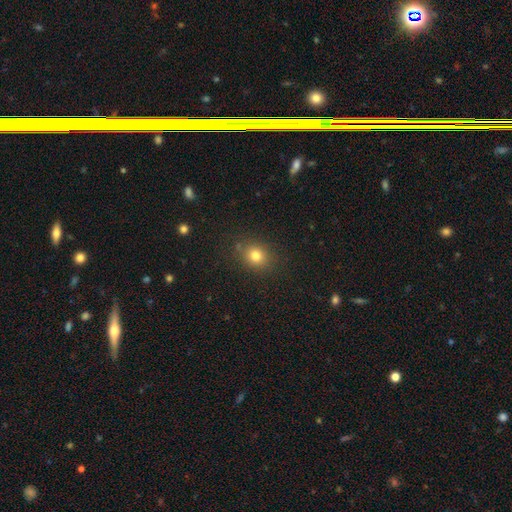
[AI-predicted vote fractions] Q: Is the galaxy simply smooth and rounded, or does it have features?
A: smooth — 79%.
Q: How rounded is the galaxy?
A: round — 65%.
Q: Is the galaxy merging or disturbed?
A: none — 84%.